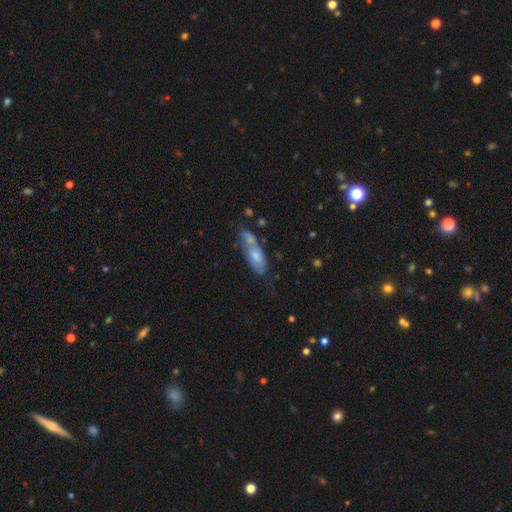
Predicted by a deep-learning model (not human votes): Smooth or featured: smooth — 67% (featured or disk — 27%)
How rounded: in between — 69% (cigar-shaped — 28%)
Merging: none — 39% (minor disturbance — 25%)